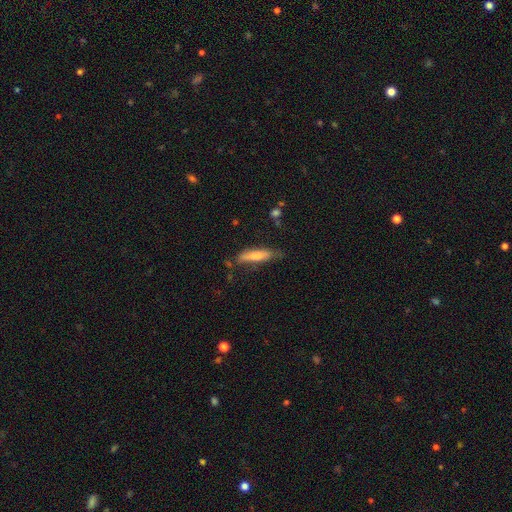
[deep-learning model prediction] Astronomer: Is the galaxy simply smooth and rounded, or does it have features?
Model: smooth — 74%.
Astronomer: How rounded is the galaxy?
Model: cigar-shaped — 76%.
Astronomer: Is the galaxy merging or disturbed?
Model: none — 64%.